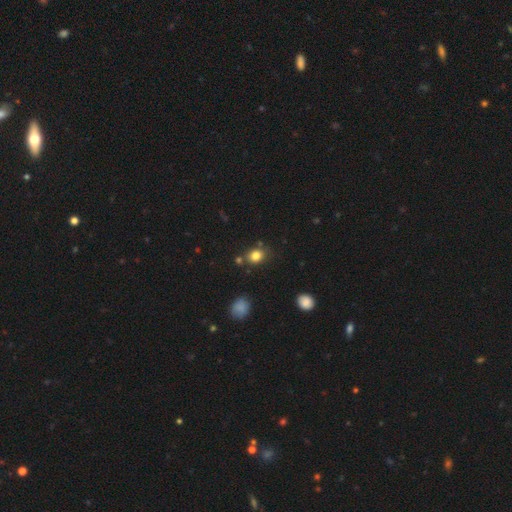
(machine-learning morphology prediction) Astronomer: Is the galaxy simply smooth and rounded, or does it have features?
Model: smooth — 81%.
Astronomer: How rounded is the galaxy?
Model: round — 56% (runner-up: in between, 43%).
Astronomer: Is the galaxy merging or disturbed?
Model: none — 74%.